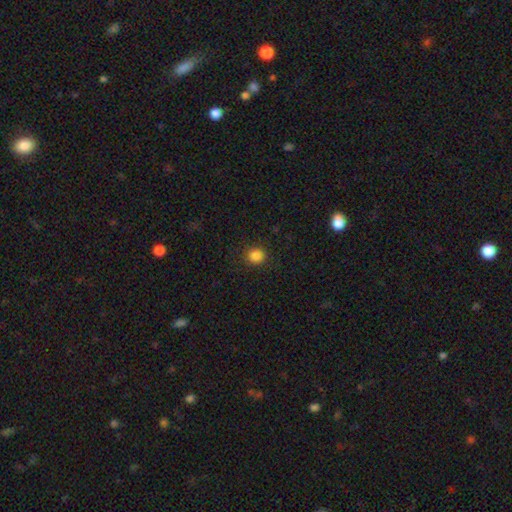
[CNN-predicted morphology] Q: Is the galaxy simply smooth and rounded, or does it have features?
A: smooth — 85%.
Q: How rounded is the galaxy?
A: round — 90%.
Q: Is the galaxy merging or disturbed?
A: none — 91%.